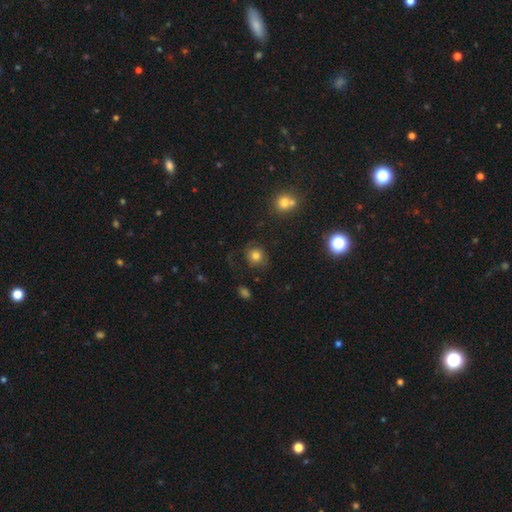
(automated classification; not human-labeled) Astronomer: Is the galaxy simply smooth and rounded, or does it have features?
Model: smooth — 71%.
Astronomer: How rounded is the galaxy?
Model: round — 81%.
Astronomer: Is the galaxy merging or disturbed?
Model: none — 68%.